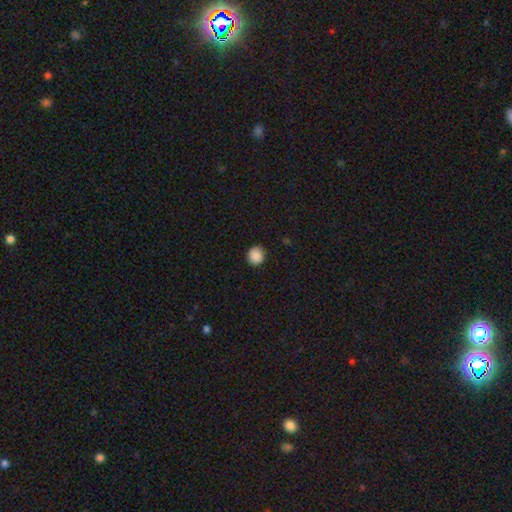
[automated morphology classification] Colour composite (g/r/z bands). It shows a smooth galaxy with no disk features (89%) that is round (89%). Merging: none (91%).